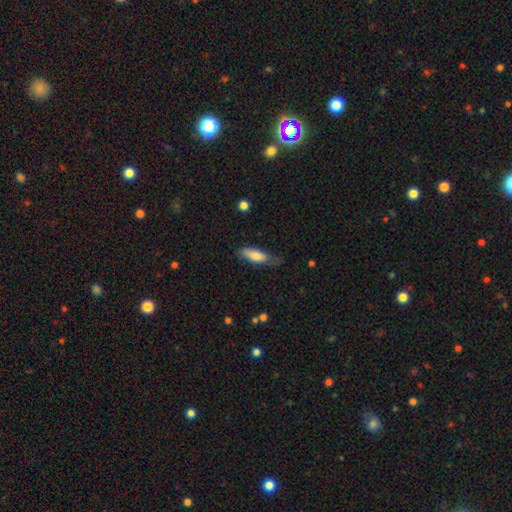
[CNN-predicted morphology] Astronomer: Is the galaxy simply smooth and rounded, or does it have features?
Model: smooth — 76%.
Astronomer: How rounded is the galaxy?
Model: in between — 53% (runner-up: cigar-shaped, 45%).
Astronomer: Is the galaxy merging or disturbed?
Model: none — 59%.